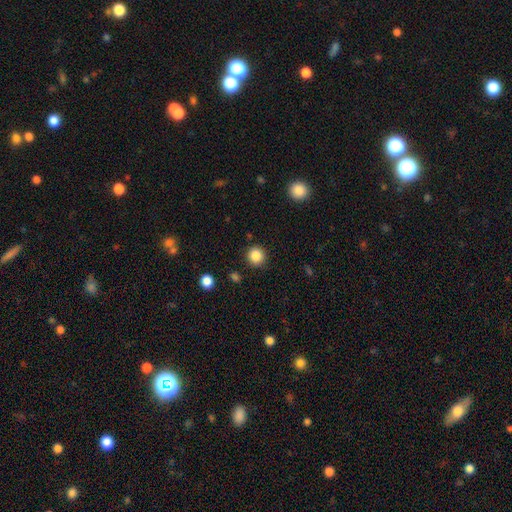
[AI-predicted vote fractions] Overall: smooth (85%). How rounded: round (93%). Merging: none (90%).